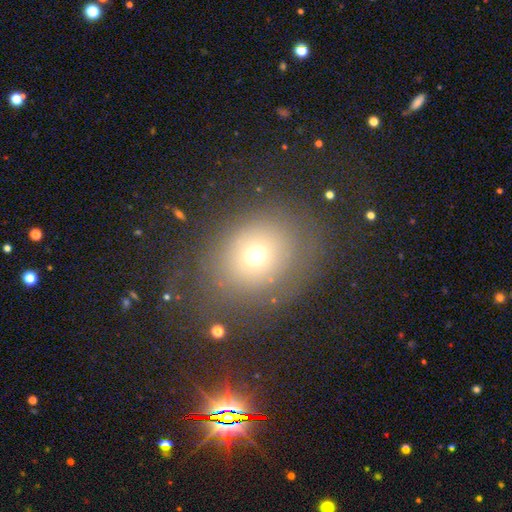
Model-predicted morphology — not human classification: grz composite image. It shows a smooth galaxy with no disk features (65%) that is round (63%). Merging: none (68%).